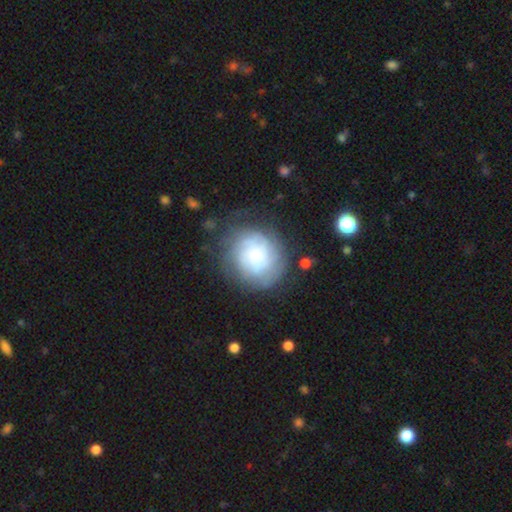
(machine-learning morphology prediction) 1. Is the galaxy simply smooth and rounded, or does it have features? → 57% featured or disk, 35% smooth, 8% star or artifact.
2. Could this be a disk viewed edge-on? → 98% no, 2% yes.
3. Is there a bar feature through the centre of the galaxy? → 80% no, 17% weak, 3% strong.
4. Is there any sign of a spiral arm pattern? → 83% yes, 17% no.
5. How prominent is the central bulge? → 59% small, 24% moderate, 9% large, 6% none, 2% dominant.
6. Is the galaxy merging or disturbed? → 68% none, 19% minor disturbance, 11% major disturbance, 2% merger.